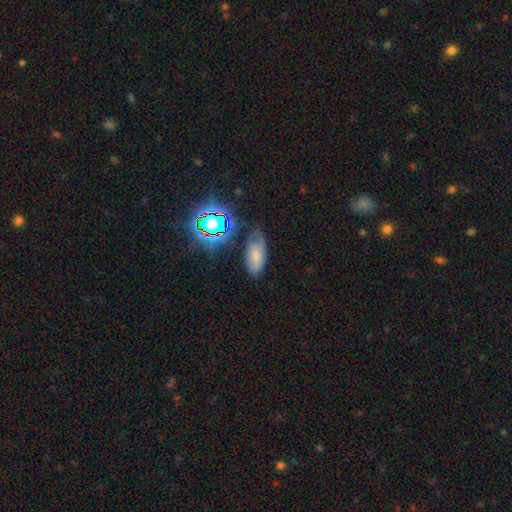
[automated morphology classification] type=smooth (56%); roundness=in between (90%); merging=none (60%).